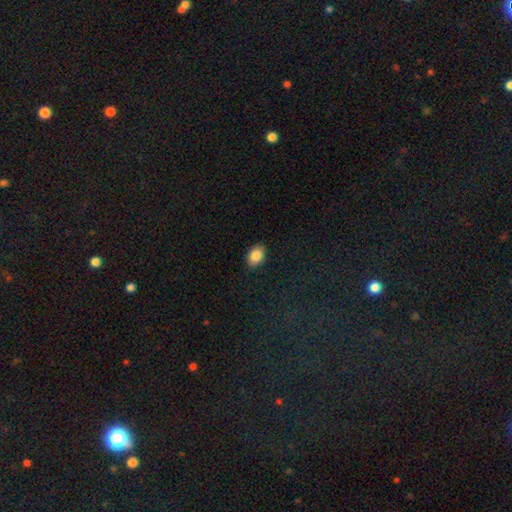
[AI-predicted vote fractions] Overall: smooth (86%). How rounded: in between (82%). Merging: none (88%).